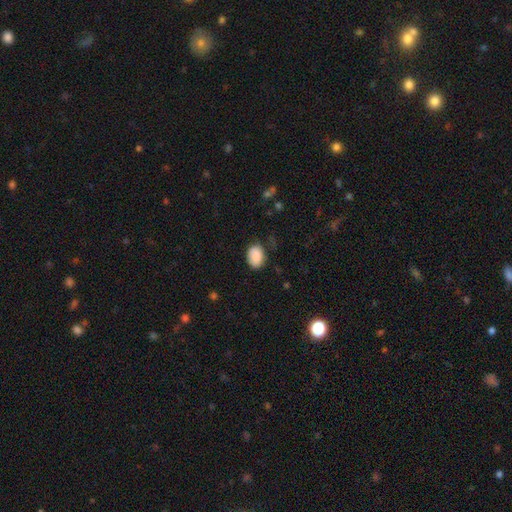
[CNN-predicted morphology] Overall: smooth (87%). How rounded: in between (81%). Merging: none (68%).